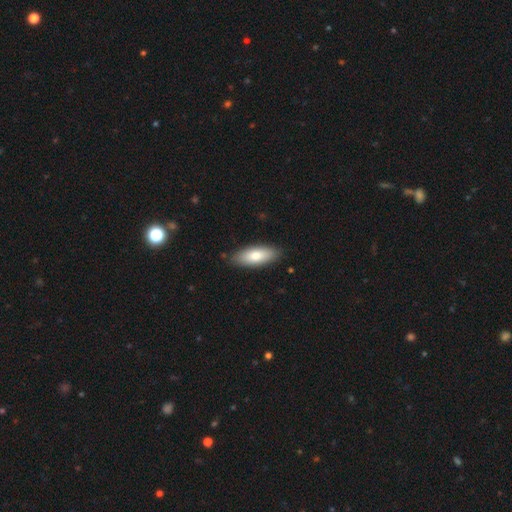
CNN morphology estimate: smooth-or-featured: smooth: 77% | featured or disk: 17% | star or artifact: 6%
  how-rounded: in between: 73% | cigar-shaped: 25% | round: 2%
  merging: none: 87% | minor disturbance: 10% | major disturbance: 2% | merger: 1%